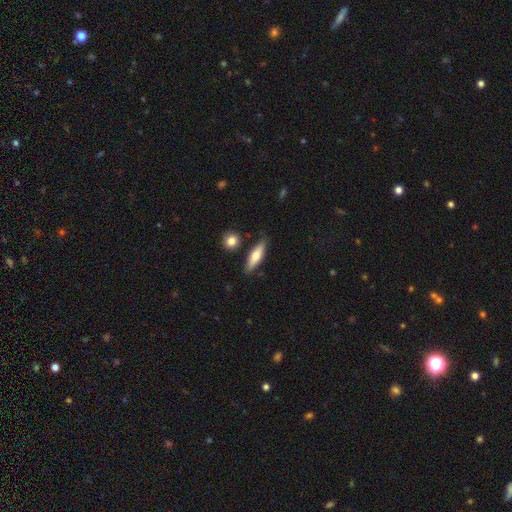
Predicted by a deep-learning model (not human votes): A smooth galaxy with no disk features (60%) that is cigar-shaped (62%). Merging: none (83%).